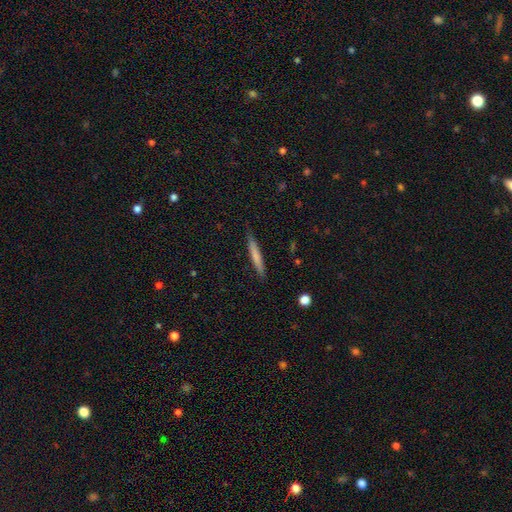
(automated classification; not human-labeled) This is likely a smooth galaxy (66%). How rounded: clearly cigar-shaped (95%). Merging: clearly none (87%).